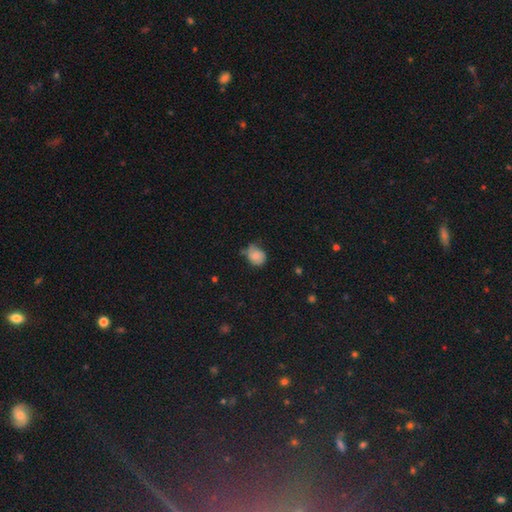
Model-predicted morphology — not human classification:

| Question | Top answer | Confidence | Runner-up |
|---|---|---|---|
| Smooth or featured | smooth | 76% | featured or disk (15%) |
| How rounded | round | 59% | in between (40%) |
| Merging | none | 44% | minor disturbance (40%) |